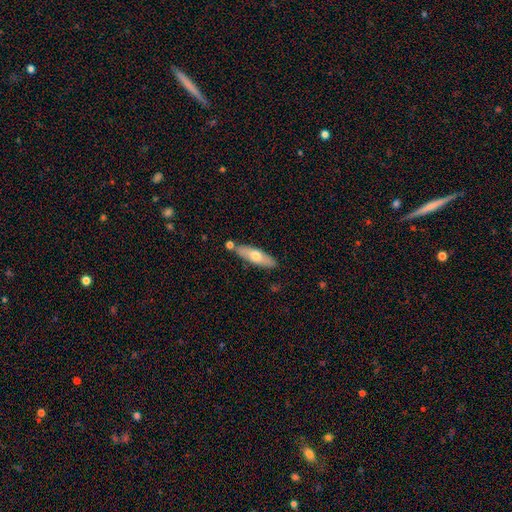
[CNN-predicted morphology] type=smooth (60%); roundness=cigar-shaped (53%); merging=none (78%).